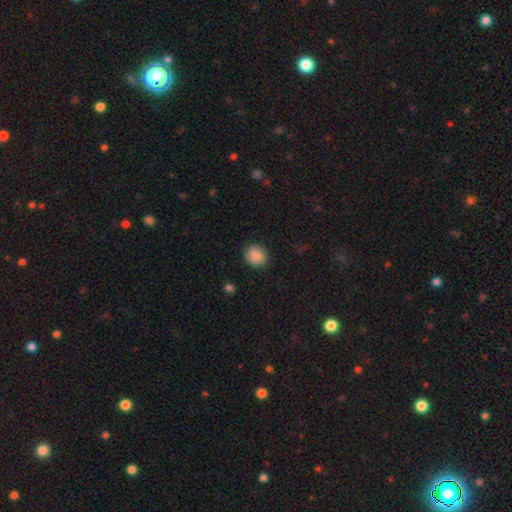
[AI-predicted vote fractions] smooth_or_featured: smooth (p=0.88) [alt: star or artifact p=0.08]
how_rounded: round (p=0.76) [alt: in between p=0.23]
merging: none (p=0.86) [alt: minor disturbance p=0.10]